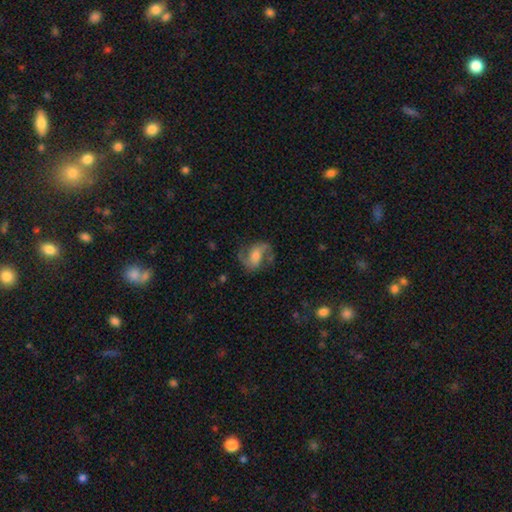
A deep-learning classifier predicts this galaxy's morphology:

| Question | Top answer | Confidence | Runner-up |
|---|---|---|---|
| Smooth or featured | featured or disk | 80% | smooth (13%) |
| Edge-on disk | no | 97% | yes (3%) |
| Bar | weak | 42% | no (32%) |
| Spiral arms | yes | 95% | no (5%) |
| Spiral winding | medium | 49% | loose (39%) |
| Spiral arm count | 2 | 91% | can't tell (3%) |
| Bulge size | moderate | 50% | small (36%) |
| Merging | none | 72% | minor disturbance (16%) |